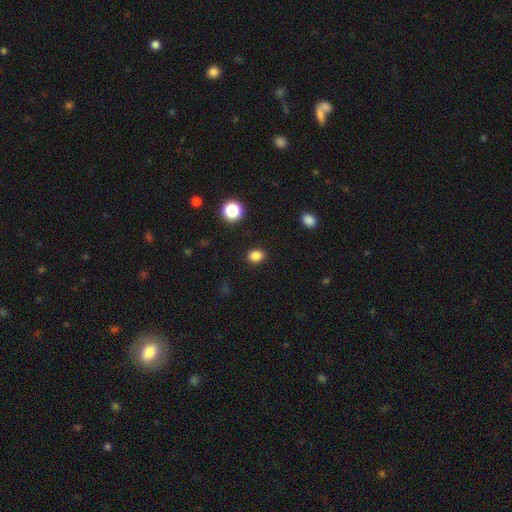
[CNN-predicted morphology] Q: Smooth or featured?
A: smooth (85%); runner-up: star or artifact (12%)
Q: How rounded?
A: in between (53%); runner-up: round (46%)
Q: Merging?
A: none (89%); runner-up: minor disturbance (8%)